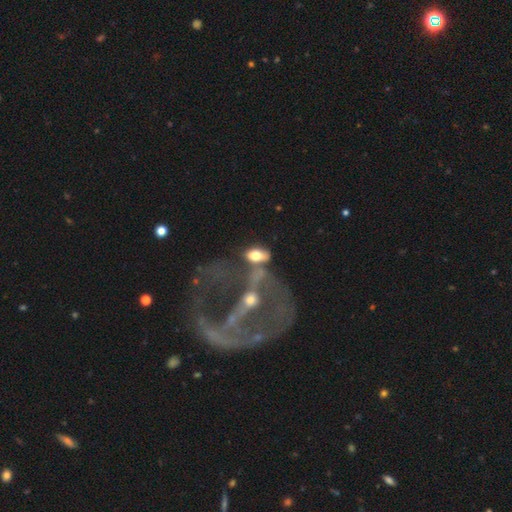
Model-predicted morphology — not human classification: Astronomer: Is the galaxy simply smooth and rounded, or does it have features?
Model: smooth — 57% (runner-up: featured or disk, 34%).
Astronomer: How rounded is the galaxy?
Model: in between — 88%.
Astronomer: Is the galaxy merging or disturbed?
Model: merger — 37% (runner-up: none, 31%).